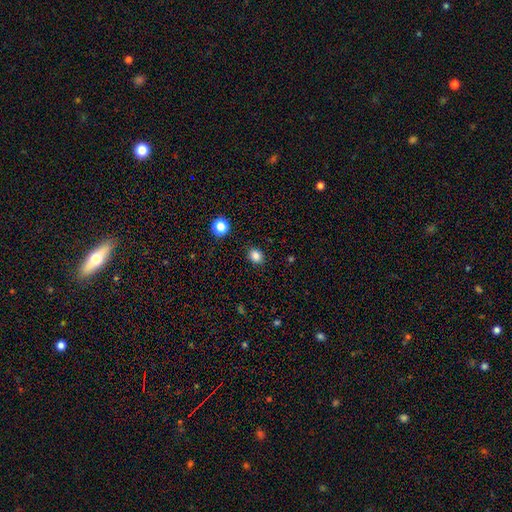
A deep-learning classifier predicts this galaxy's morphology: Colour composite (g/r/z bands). It shows a smooth galaxy with no disk features (83%) that is round (57%). Merging: none (87%).